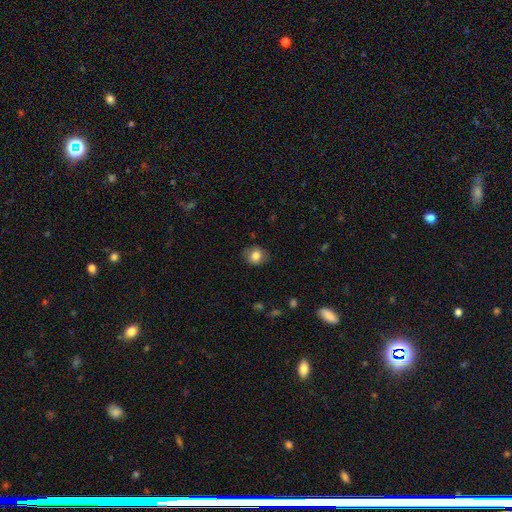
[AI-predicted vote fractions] Morphology: type=smooth (80%); roundness=round (66%); merging=none (83%).